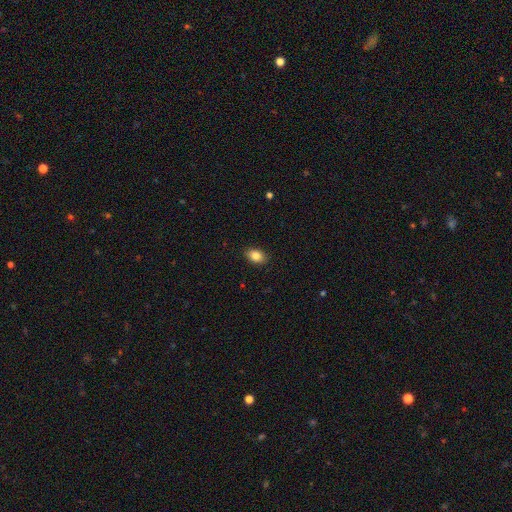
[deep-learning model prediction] smooth-or-featured: smooth: 85% | star or artifact: 9% | featured or disk: 6%
  how-rounded: in between: 83% | round: 16% | cigar-shaped: 1%
  merging: none: 88% | minor disturbance: 9% | major disturbance: 2% | merger: 1%